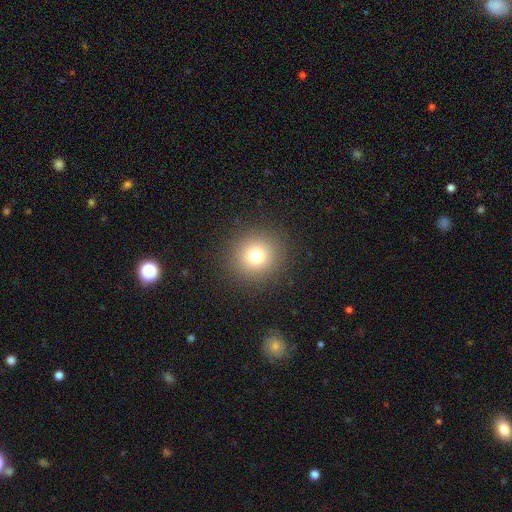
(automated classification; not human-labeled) This appears to be a smooth galaxy with no disk features (75%) that is round (93%). Merging: none (91%).